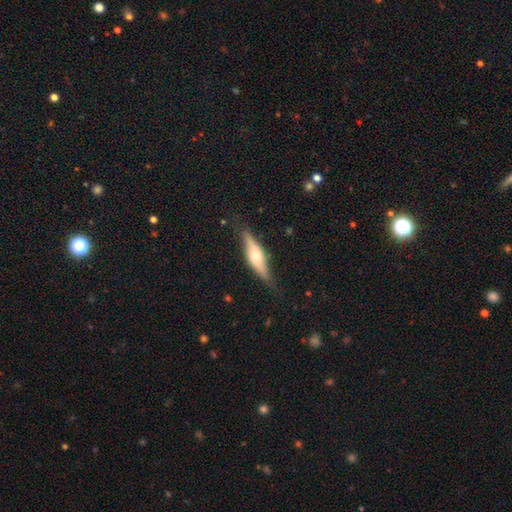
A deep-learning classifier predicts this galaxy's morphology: This is possibly a featured or disk galaxy (52%). It is clearly viewed edge-on (84%). Merging: likely none (73%).